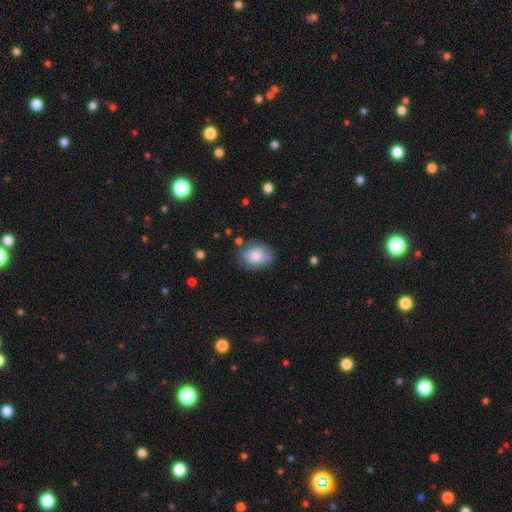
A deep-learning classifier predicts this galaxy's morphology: Q: Smooth or featured?
A: smooth (79%); runner-up: featured or disk (14%)
Q: How rounded?
A: in between (64%); runner-up: round (34%)
Q: Merging?
A: none (69%); runner-up: minor disturbance (23%)